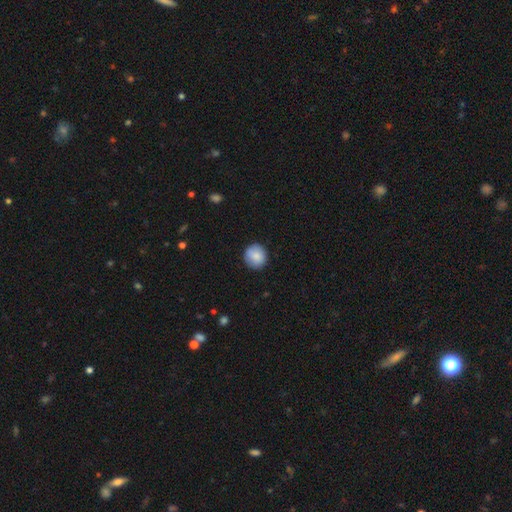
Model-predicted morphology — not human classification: This appears to be a smooth galaxy with no disk features (85%) that is round (90%). Merging: none (87%).